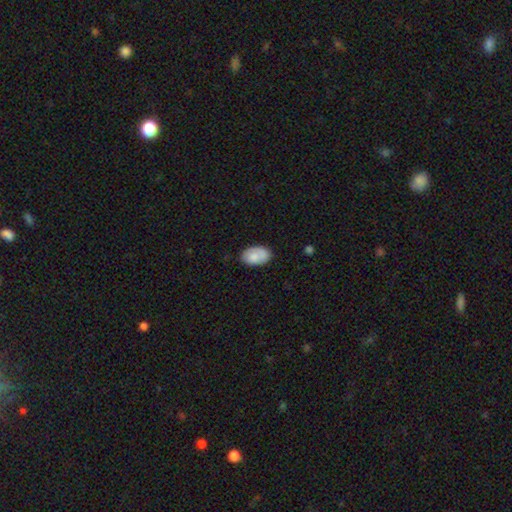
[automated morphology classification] Overall: smooth (79%). How rounded: in between (91%). Merging: none (77%).